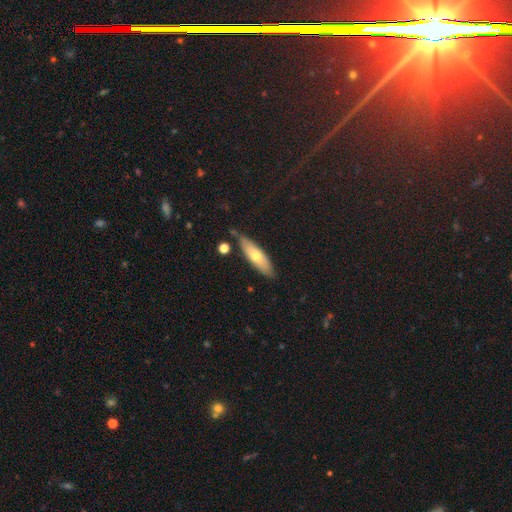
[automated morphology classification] The model was most divided on "how rounded": cigar-shaped: 52%, in between: 46%, round: 2%. More confident: merging — none (75%); smooth or featured — smooth (59%).